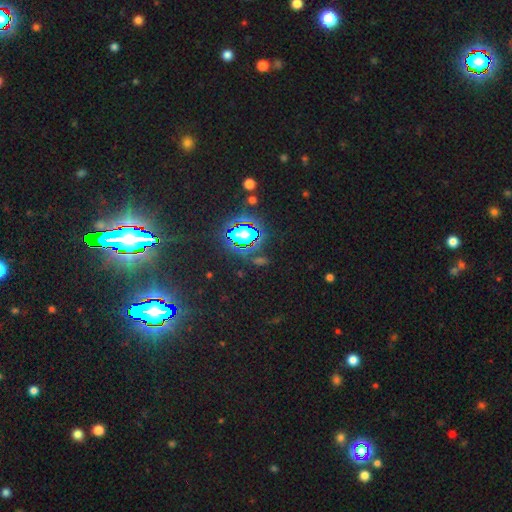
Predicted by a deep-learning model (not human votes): This is clearly a star or artifact rather than a galaxy (81%).